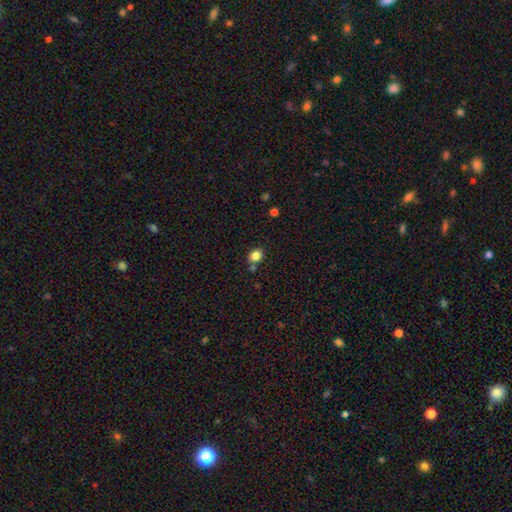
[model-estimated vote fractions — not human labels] Q: Smooth or featured?
A: smooth (83%); runner-up: star or artifact (11%)
Q: How rounded?
A: in between (51%); runner-up: round (48%)
Q: Merging?
A: none (76%); runner-up: minor disturbance (11%)